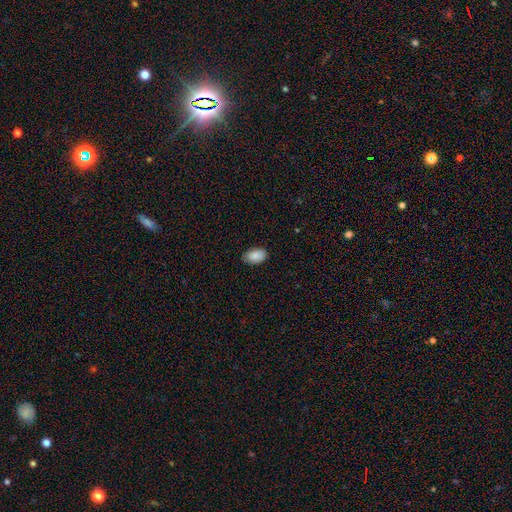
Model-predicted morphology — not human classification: Q: Smooth or featured?
A: smooth (88%); runner-up: star or artifact (7%)
Q: How rounded?
A: in between (94%); runner-up: round (4%)
Q: Merging?
A: none (86%); runner-up: minor disturbance (11%)